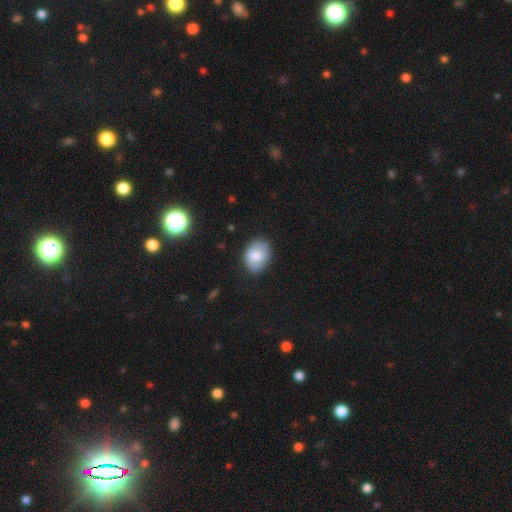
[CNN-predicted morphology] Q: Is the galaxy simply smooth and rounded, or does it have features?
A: smooth — 76%.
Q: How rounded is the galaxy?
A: in between — 62%.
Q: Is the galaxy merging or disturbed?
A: none — 80%.